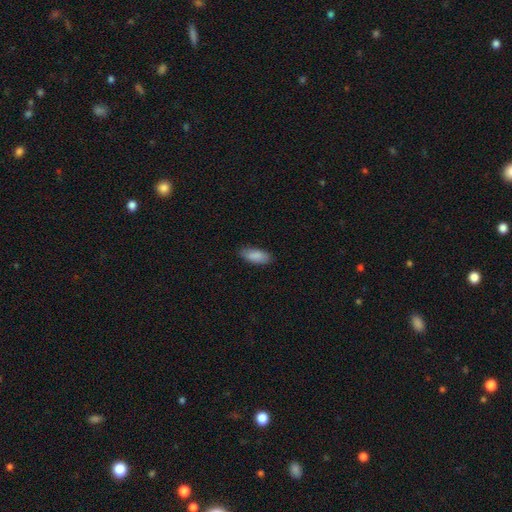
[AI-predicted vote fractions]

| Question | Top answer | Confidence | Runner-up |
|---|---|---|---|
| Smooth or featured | smooth | 89% | star or artifact (6%) |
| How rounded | in between | 83% | cigar-shaped (16%) |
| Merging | none | 85% | minor disturbance (12%) |